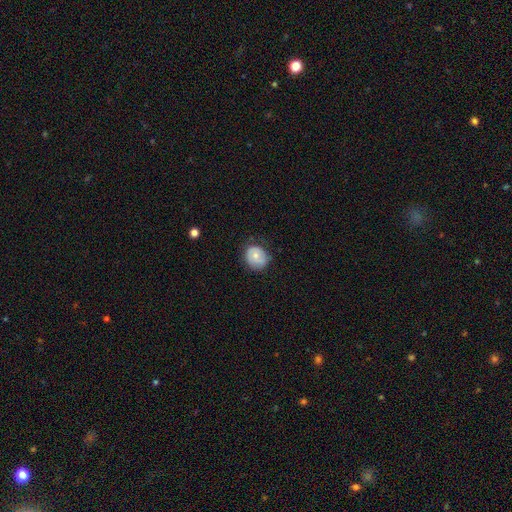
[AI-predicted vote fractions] Smooth or featured: smooth — 64% (featured or disk — 28%)
How rounded: round — 74% (in between — 26%)
Merging: none — 67% (minor disturbance — 26%)